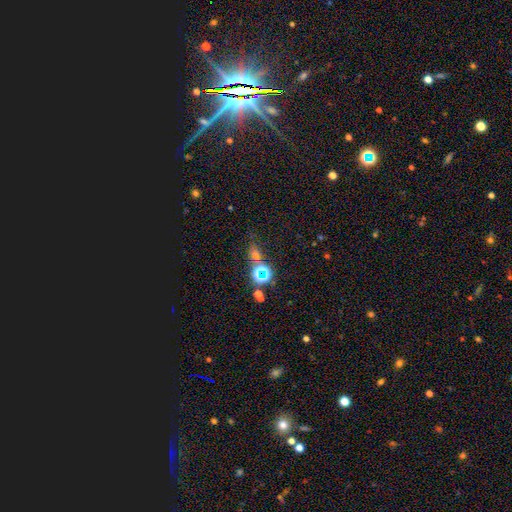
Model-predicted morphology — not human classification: smooth_or_featured: star or artifact (p=0.51) [alt: smooth p=0.37]